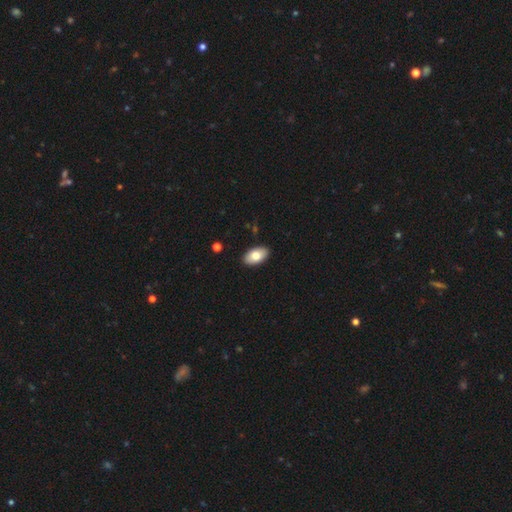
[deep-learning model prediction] Smooth or featured? smooth (80%)
How rounded? in between (95%)
Merging? none (90%)